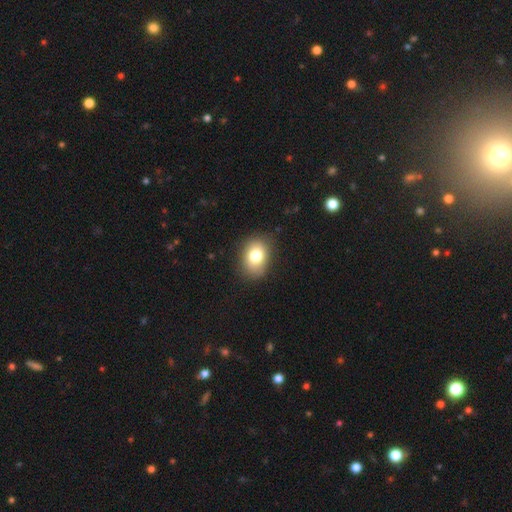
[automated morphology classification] smooth 79%, featured or disk 11%, star or artifact 10%. Down the decision tree: how rounded — in between (68%); merging — none (84%).